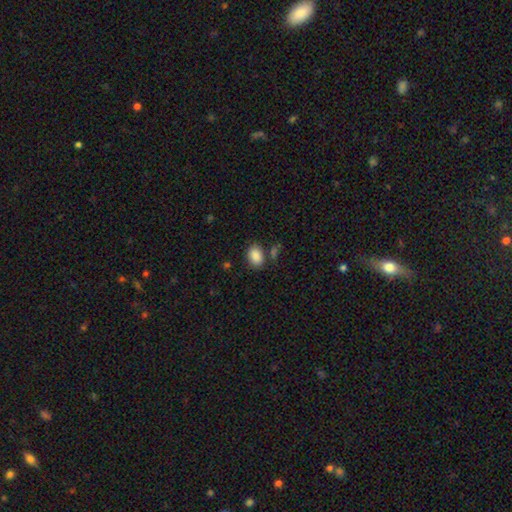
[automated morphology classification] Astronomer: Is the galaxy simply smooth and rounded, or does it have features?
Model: smooth — 88%.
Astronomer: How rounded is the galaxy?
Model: in between — 80%.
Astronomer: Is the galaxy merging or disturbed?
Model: none — 77%.